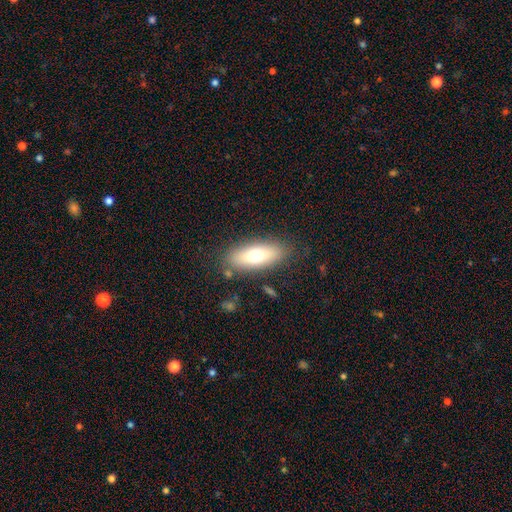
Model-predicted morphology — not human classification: type=smooth (66%); roundness=in between (73%); merging=none (82%).